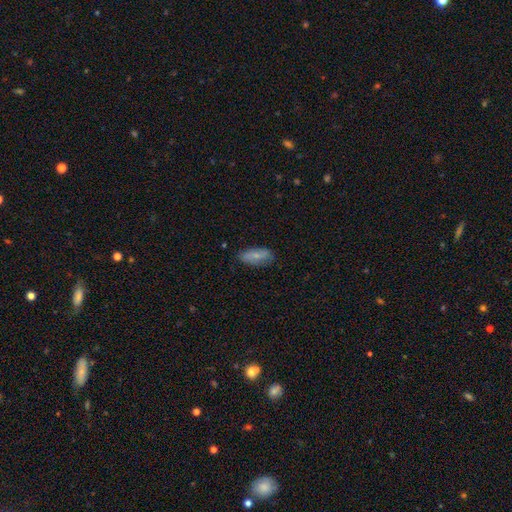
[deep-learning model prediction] smooth-or-featured: smooth: 64% | featured or disk: 29% | star or artifact: 7%
  how-rounded: in between: 85% | cigar-shaped: 12% | round: 3%
  merging: none: 78% | minor disturbance: 18% | major disturbance: 3% | merger: 1%